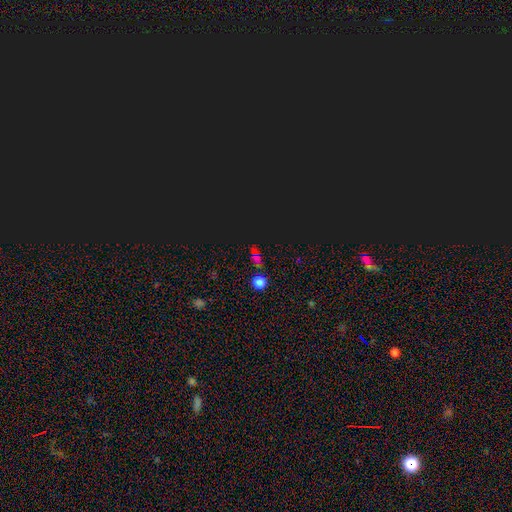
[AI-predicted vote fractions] smooth_or_featured: star or artifact (p=0.58) [alt: smooth p=0.33]